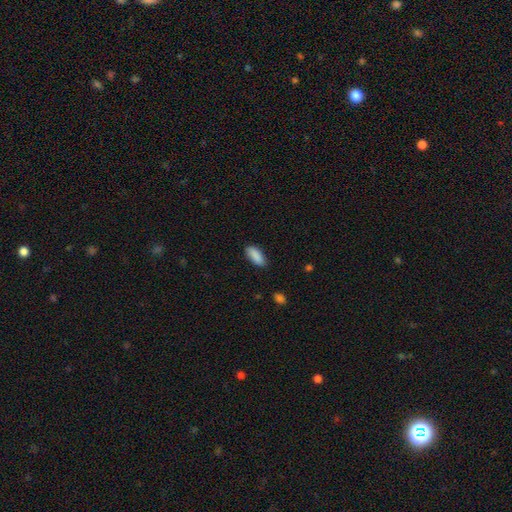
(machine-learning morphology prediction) smooth-or-featured: smooth: 89% | star or artifact: 7% | featured or disk: 4%
  how-rounded: in between: 78% | cigar-shaped: 20% | round: 2%
  merging: none: 84% | minor disturbance: 12% | major disturbance: 2% | merger: 1%